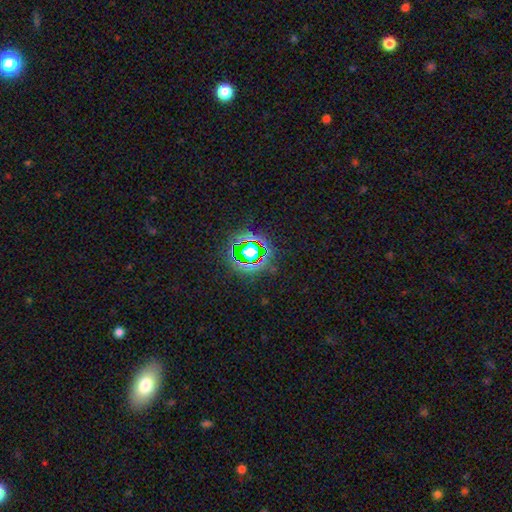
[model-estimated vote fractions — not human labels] Overall: star or artifact (77%).